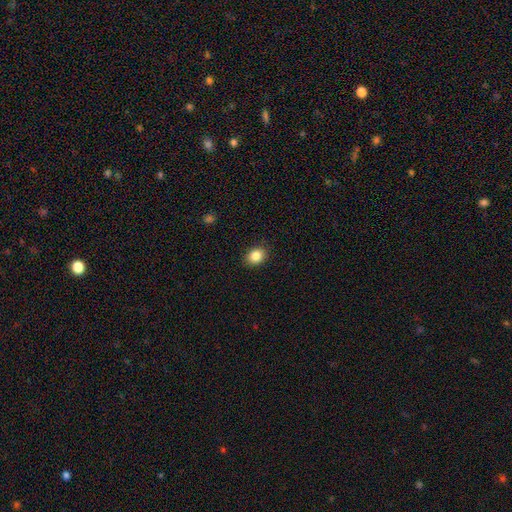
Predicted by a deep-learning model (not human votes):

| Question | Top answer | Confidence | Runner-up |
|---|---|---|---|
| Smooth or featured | smooth | 86% | star or artifact (9%) |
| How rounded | in between | 50% | round (49%) |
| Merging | none | 89% | minor disturbance (8%) |